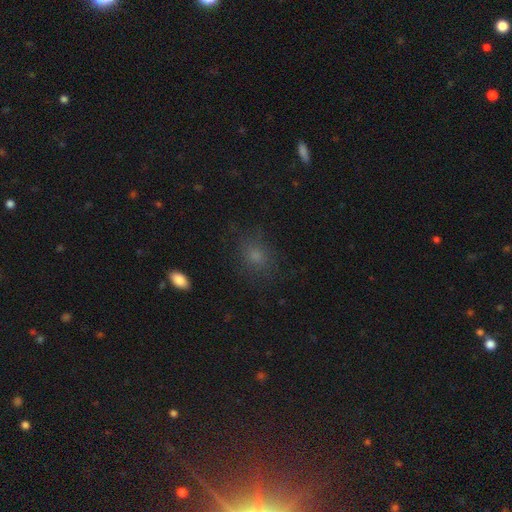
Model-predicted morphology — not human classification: Q: Smooth or featured?
A: smooth (72%); runner-up: star or artifact (18%)
Q: How rounded?
A: round (57%); runner-up: in between (42%)
Q: Merging?
A: none (76%); runner-up: minor disturbance (15%)